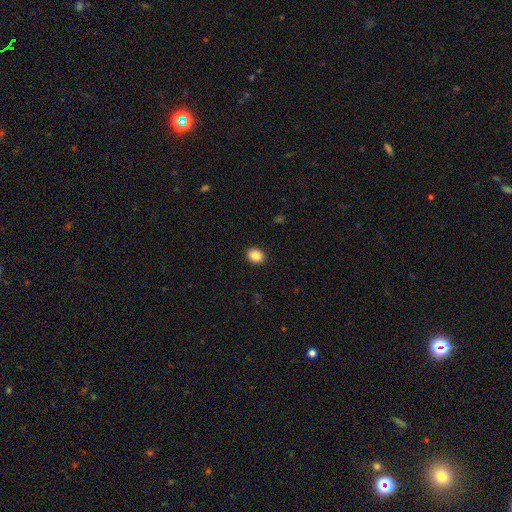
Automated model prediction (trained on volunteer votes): smooth_or_featured: smooth (p=0.88) [alt: star or artifact p=0.09]
how_rounded: round (p=0.54) [alt: in between p=0.45]
merging: none (p=0.91) [alt: minor disturbance p=0.06]